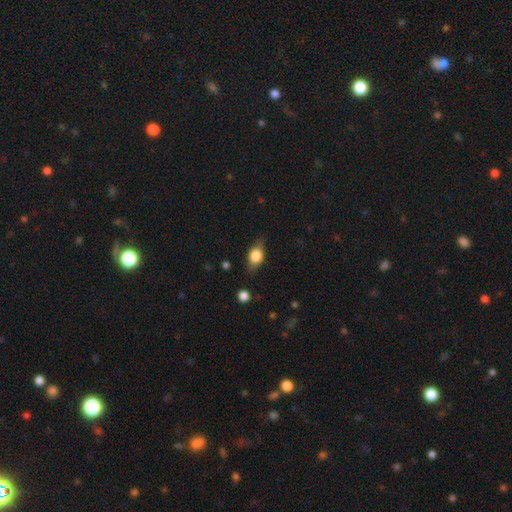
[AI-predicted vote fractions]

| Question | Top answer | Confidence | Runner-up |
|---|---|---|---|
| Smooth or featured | smooth | 67% | featured or disk (25%) |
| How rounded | in between | 71% | round (22%) |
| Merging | none | 75% | minor disturbance (18%) |